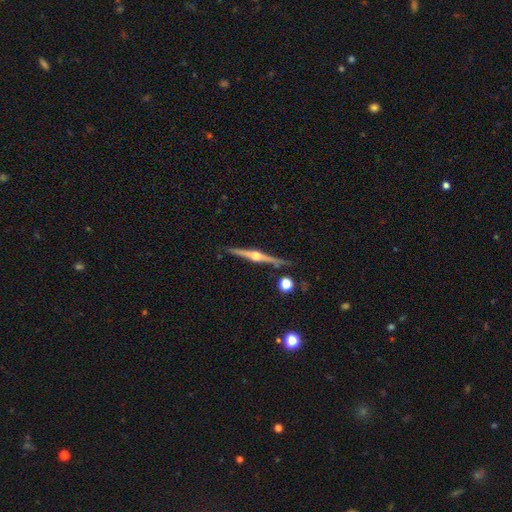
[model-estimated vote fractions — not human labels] A featured or disk galaxy (84%) viewed edge-on (98%) with a rounded central bulge (94%).

Vote fractions:
- Smooth or featured? featured or disk: 84% / smooth: 10% / star or artifact: 6%
- Edge-on disk? yes: 98% / no: 2%
- Edge-on bulge? rounded: 94% / boxy: 4% / none: 2%
- Merging? none: 88% / minor disturbance: 8% / merger: 2% / major disturbance: 2%